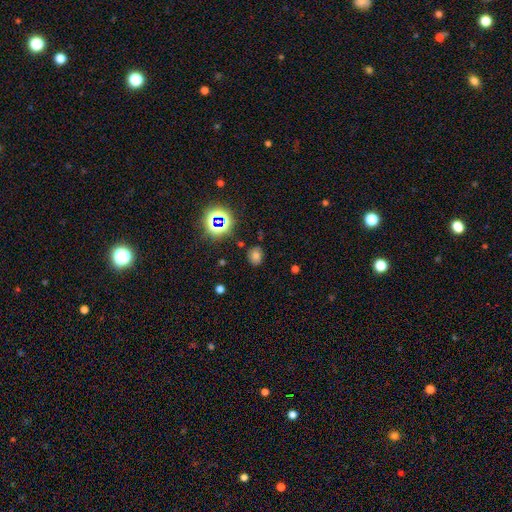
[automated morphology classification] Smooth or featured? smooth (62%)
How rounded? round (57%)
Merging? none (80%)